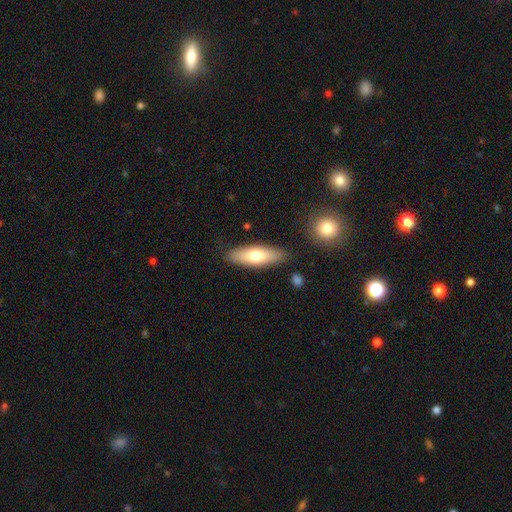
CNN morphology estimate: Smooth or featured? Predicted: smooth (p=0.68). How rounded? Predicted: in between (p=0.53). Merging? Predicted: none (p=0.85).